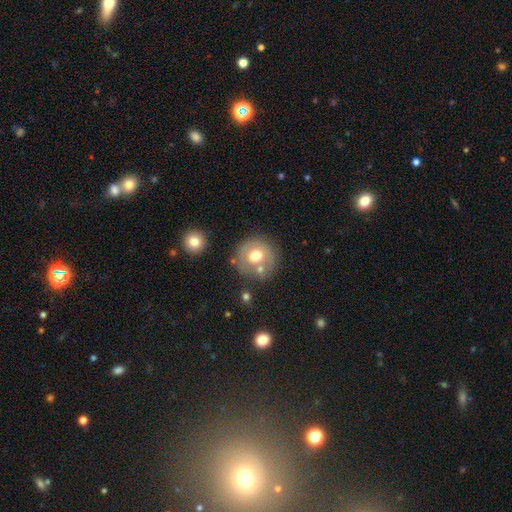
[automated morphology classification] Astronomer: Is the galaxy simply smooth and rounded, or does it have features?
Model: smooth — 62%.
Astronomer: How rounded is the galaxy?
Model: round — 89%.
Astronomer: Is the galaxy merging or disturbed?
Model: none — 63%.